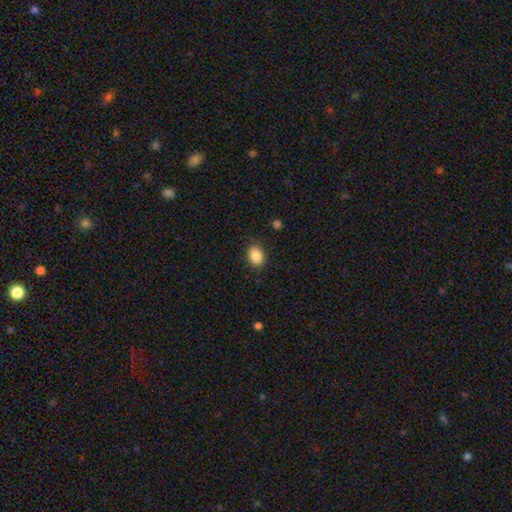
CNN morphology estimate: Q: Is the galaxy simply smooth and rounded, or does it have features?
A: smooth — 87%.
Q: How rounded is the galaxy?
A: in between — 72%.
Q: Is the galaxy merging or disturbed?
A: none — 85%.